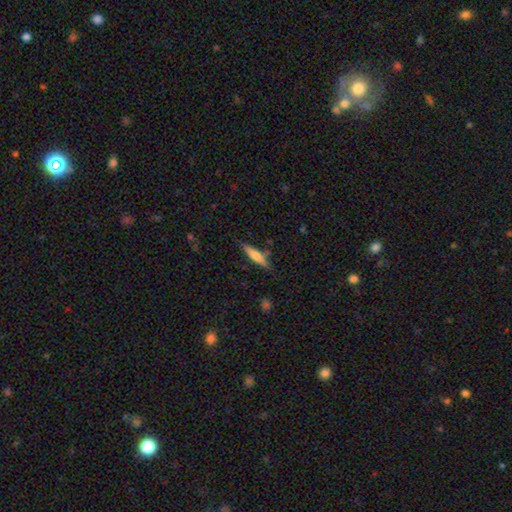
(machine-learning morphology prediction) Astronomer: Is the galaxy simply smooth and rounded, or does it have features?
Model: smooth — 52% (runner-up: featured or disk, 41%).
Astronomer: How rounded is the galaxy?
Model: cigar-shaped — 82%.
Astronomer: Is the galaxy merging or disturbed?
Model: none — 80%.